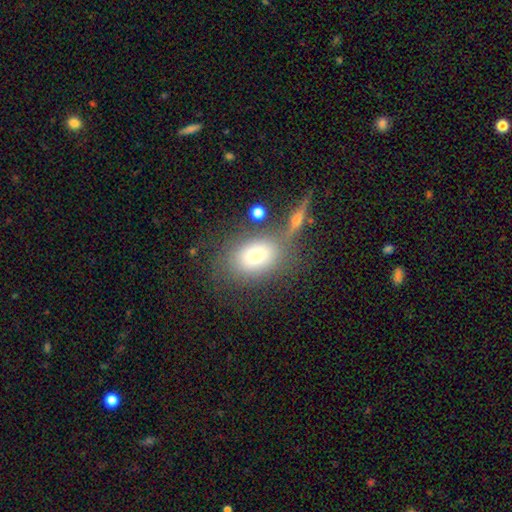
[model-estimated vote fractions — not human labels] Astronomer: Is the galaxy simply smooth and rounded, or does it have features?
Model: smooth — 69%.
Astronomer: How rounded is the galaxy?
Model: in between — 74%.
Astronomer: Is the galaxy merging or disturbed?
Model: none — 62%.